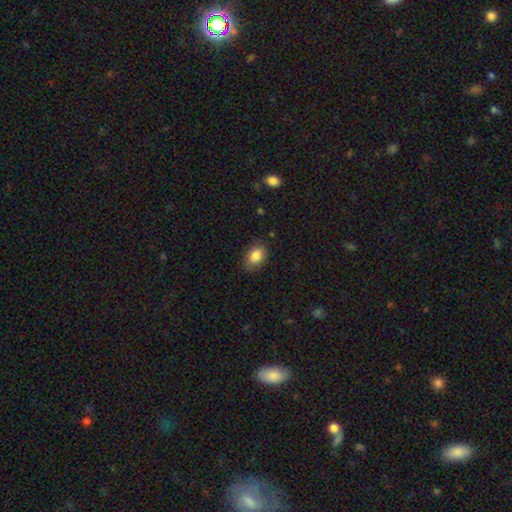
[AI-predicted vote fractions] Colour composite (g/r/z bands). It shows a smooth galaxy with no disk features (85%) that is in between round and cigar-shaped (81%). Merging: none (81%).